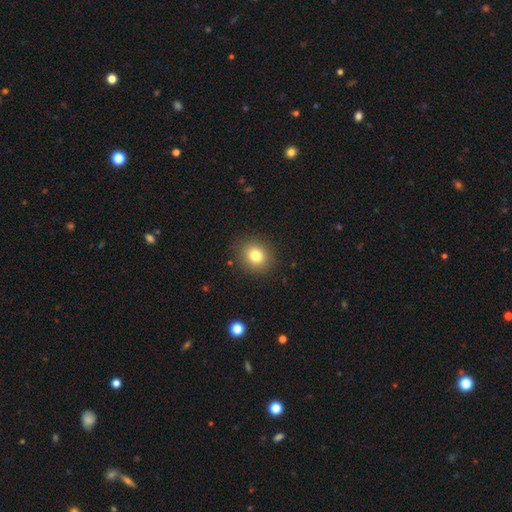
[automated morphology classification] Smooth or featured? Predicted: smooth (p=0.79). How rounded? Predicted: round (p=0.74). Merging? Predicted: none (p=0.88).